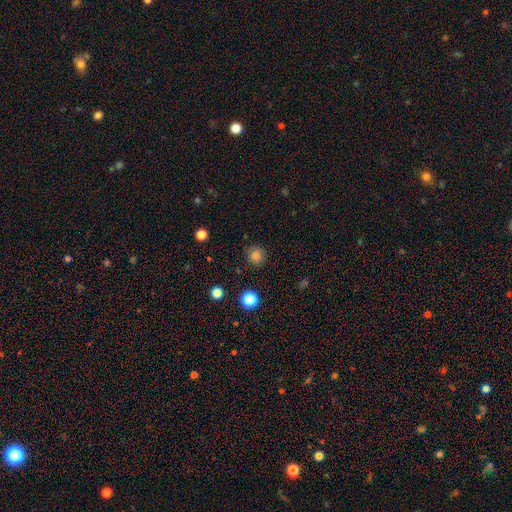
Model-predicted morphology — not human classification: This appears to be a smooth galaxy with no disk features (80%) that is round (93%). Merging: none (88%).